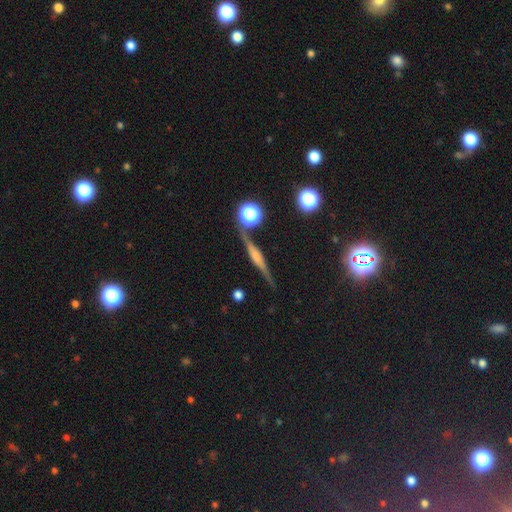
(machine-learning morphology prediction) smooth_or_featured: featured or disk (p=0.75) [alt: smooth p=0.14]
disk_edge_on: yes (p=0.96) [alt: no p=0.04]
edge_on_bulge: rounded (p=0.65) [alt: boxy p=0.24]
merging: none (p=0.83) [alt: minor disturbance p=0.10]